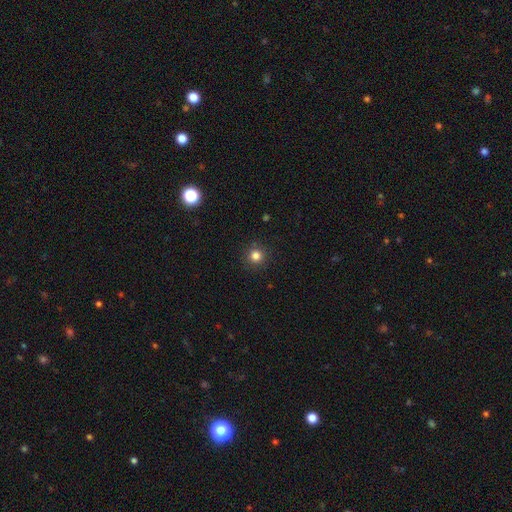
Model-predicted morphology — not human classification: Q: Smooth or featured?
A: smooth (82%); runner-up: star or artifact (13%)
Q: How rounded?
A: round (94%); runner-up: in between (5%)
Q: Merging?
A: none (90%); runner-up: minor disturbance (6%)